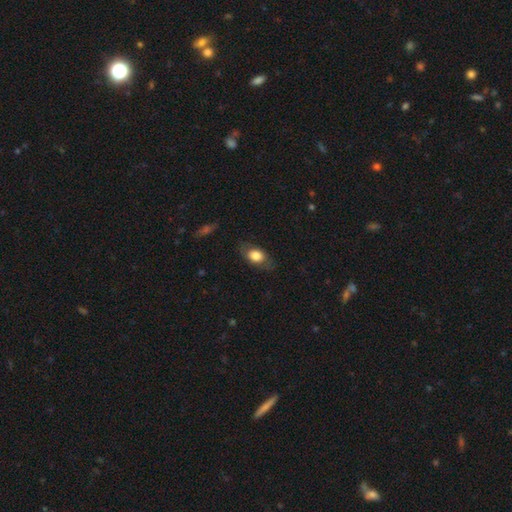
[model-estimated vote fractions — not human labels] Smooth or featured? Predicted: smooth (p=0.73). How rounded? Predicted: in between (p=0.86). Merging? Predicted: none (p=0.75).